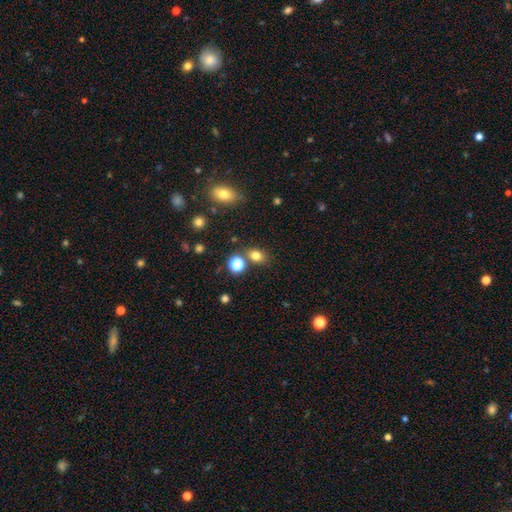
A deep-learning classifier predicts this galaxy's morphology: smooth_or_featured: smooth (p=0.77) [alt: star or artifact p=0.16]
how_rounded: in between (p=0.53) [alt: round p=0.46]
merging: none (p=0.74) [alt: minor disturbance p=0.11]